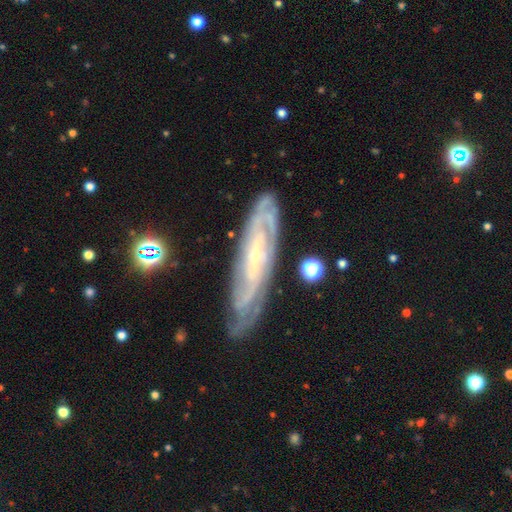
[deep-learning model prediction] Smooth or featured? Predicted: featured or disk (p=0.85). Edge-on disk? Predicted: no (p=0.78). Bar? Predicted: no (p=0.47). Spiral arms? Predicted: yes (p=0.95). Spiral winding? Predicted: tight (p=0.67). Spiral arm count? Predicted: can't tell (p=0.38). Bulge size? Predicted: small (p=0.82). Merging? Predicted: none (p=0.79).